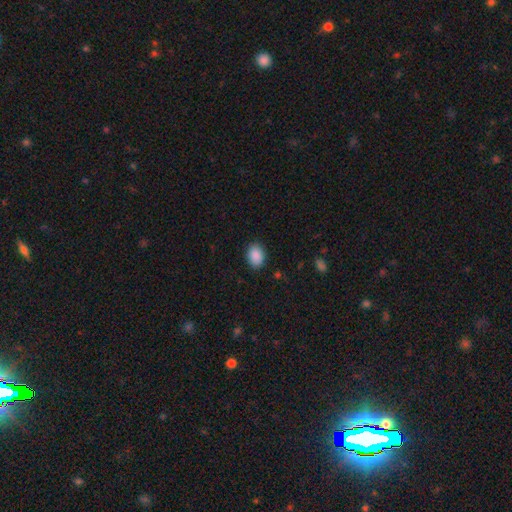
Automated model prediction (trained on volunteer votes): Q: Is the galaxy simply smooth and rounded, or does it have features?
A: smooth — 89%.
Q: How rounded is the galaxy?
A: in between — 71%.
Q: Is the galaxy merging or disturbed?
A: none — 87%.